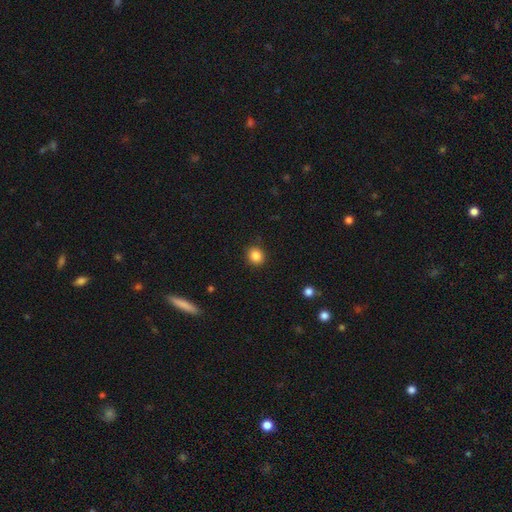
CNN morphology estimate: This is clearly a smooth galaxy (86%). How rounded: likely round (78%). Merging: clearly none (90%).